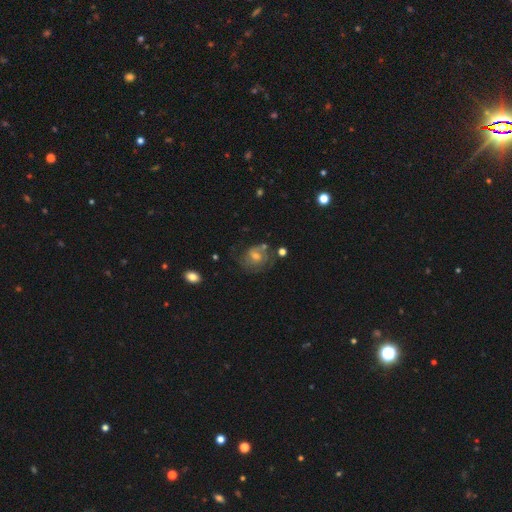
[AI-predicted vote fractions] Smooth or featured: featured or disk — 56% (smooth — 33%)
Edge-on disk: no — 97% (yes — 3%)
Bar: no — 48% (weak — 43%)
Spiral arms: yes — 75% (no — 25%)
Bulge size: moderate — 52% (small — 30%)
Merging: none — 52% (minor disturbance — 23%)